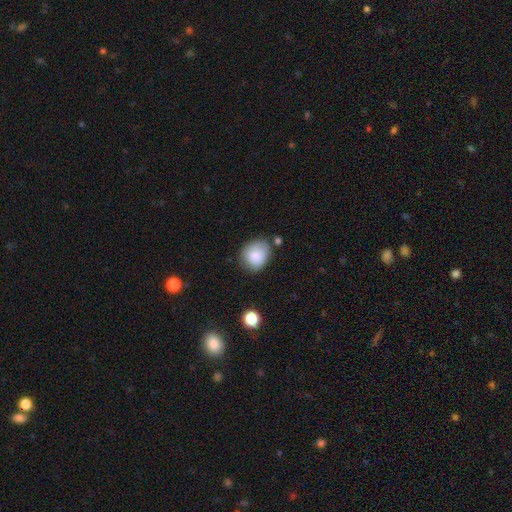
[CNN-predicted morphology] Overall: smooth (84%). How rounded: round (51%; in between 48%). Merging: none (65%).